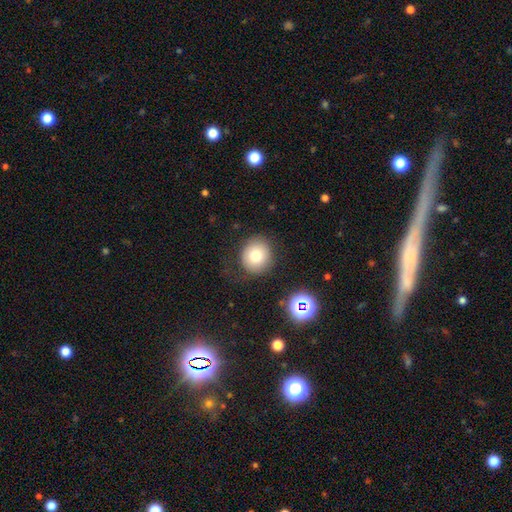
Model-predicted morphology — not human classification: Smooth or featured: smooth — 77% (featured or disk — 12%)
How rounded: round — 86% (in between — 13%)
Merging: none — 75% (minor disturbance — 15%)